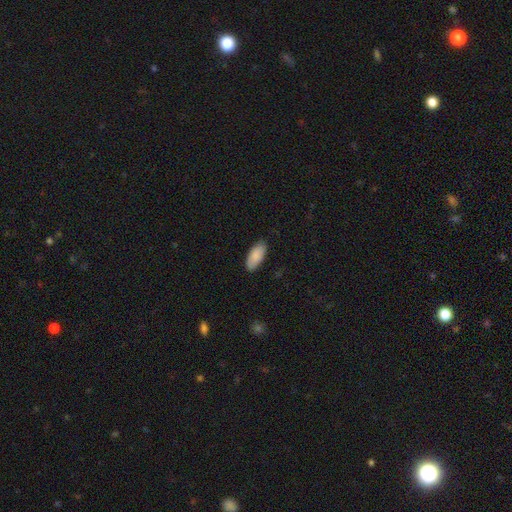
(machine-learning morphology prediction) Smooth or featured? Predicted: smooth (p=0.89). How rounded? Predicted: in between (p=0.87). Merging? Predicted: none (p=0.85).